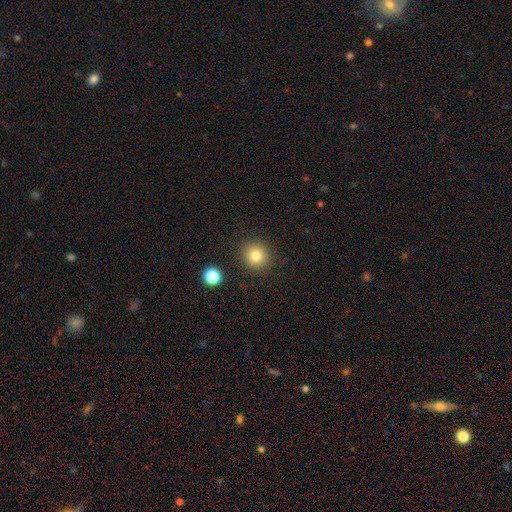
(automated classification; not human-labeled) Smooth or featured? smooth (81%)
How rounded? round (92%)
Merging? none (89%)